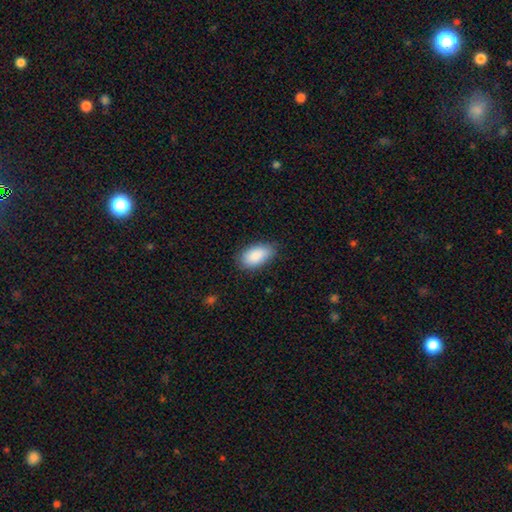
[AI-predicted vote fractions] Smooth or featured? smooth (89%)
How rounded? in between (94%)
Merging? none (80%)